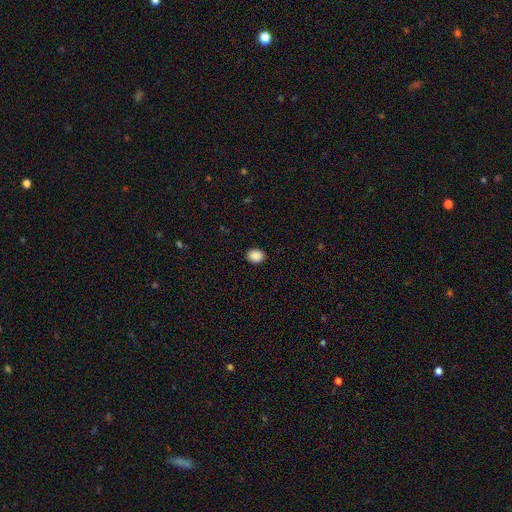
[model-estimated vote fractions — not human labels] Q: Smooth or featured?
A: smooth (89%); runner-up: star or artifact (8%)
Q: How rounded?
A: round (52%); runner-up: in between (47%)
Q: Merging?
A: none (90%); runner-up: minor disturbance (7%)